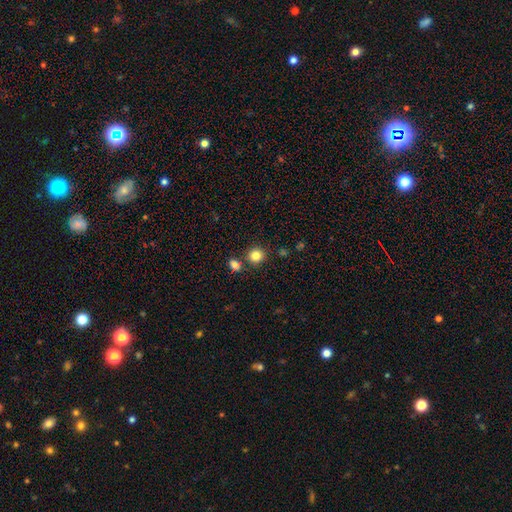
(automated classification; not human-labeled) Morphology: type=smooth (83%); roundness=round (87%); merging=none (79%).